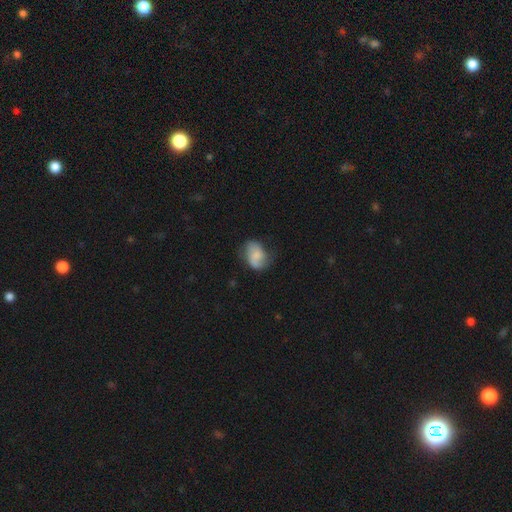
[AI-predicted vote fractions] smooth_or_featured: smooth (p=0.56) [alt: featured or disk p=0.36]
how_rounded: in between (p=0.72) [alt: round p=0.26]
merging: none (p=0.55) [alt: minor disturbance p=0.30]